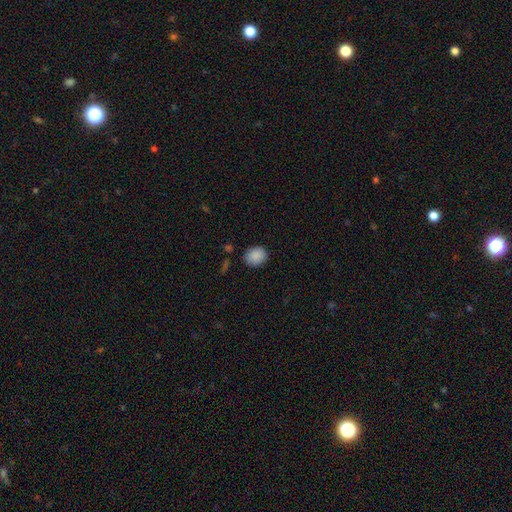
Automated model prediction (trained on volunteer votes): The model was most divided on "how rounded": round: 64%, in between: 36%, cigar-shaped: 1%. More confident: smooth or featured — smooth (89%); merging — none (83%).